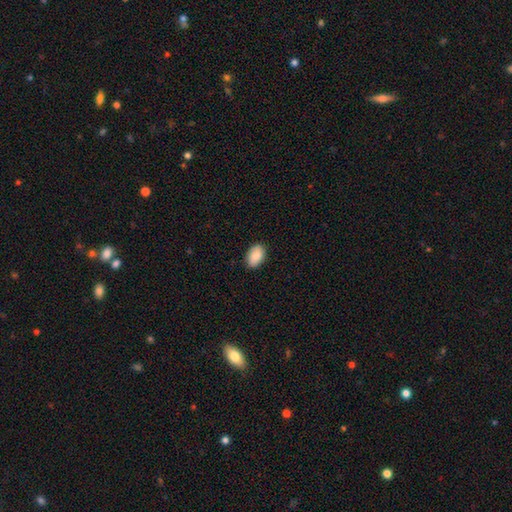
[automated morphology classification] Smooth or featured: smooth — 88% (star or artifact — 6%)
How rounded: in between — 92% (round — 7%)
Merging: none — 88% (minor disturbance — 9%)